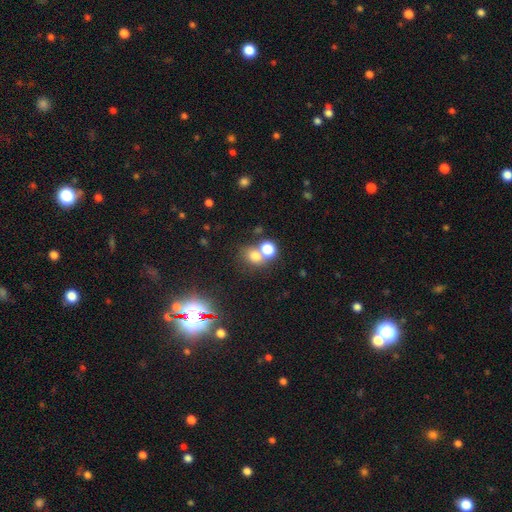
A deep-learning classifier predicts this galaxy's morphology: This is likely a smooth galaxy (70%). How rounded: likely round (65%). Merging: possibly none (46%).